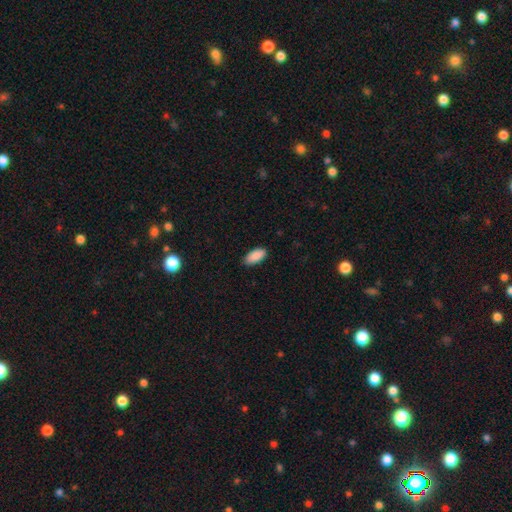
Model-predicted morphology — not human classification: Overall: smooth (90%). How rounded: in between (92%). Merging: none (87%).